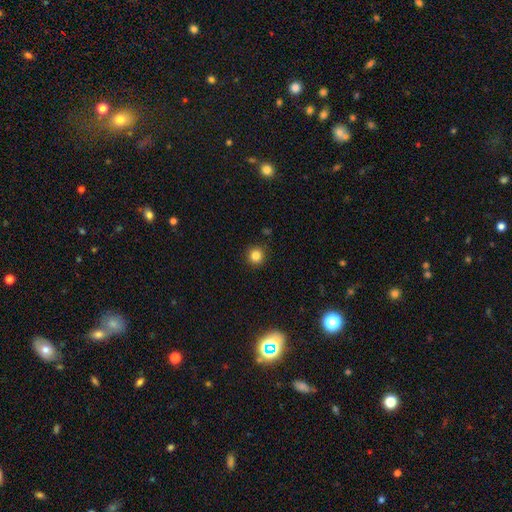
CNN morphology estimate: Smooth or featured: smooth — 84% (star or artifact — 12%)
How rounded: round — 93% (in between — 6%)
Merging: none — 90% (minor disturbance — 7%)